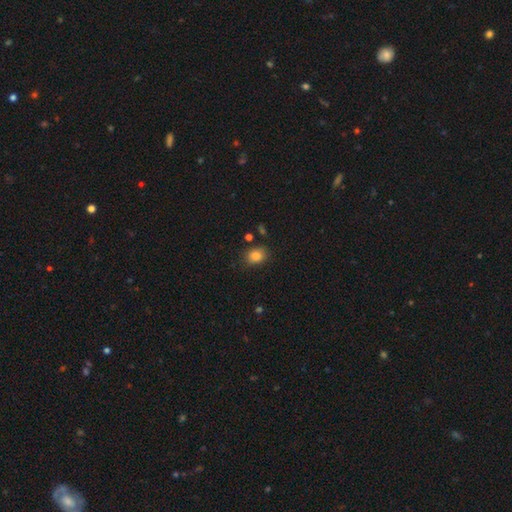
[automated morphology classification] Q: Smooth or featured?
A: smooth (84%); runner-up: star or artifact (10%)
Q: How rounded?
A: in between (58%); runner-up: round (41%)
Q: Merging?
A: none (78%); runner-up: minor disturbance (15%)